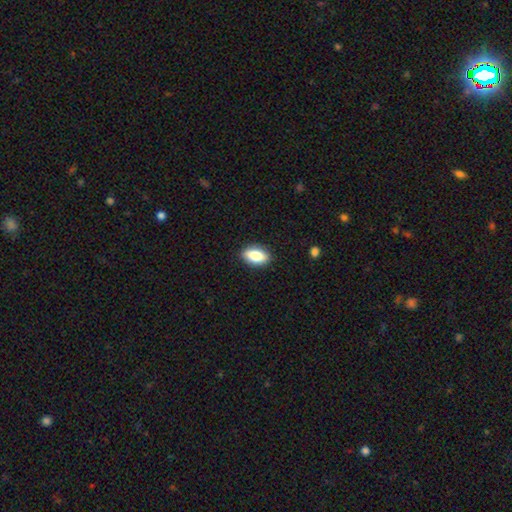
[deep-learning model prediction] The model was most divided on "smooth or featured": smooth: 81%, featured or disk: 12%, star or artifact: 7%. More confident: merging — none (89%); how rounded — in between (88%).